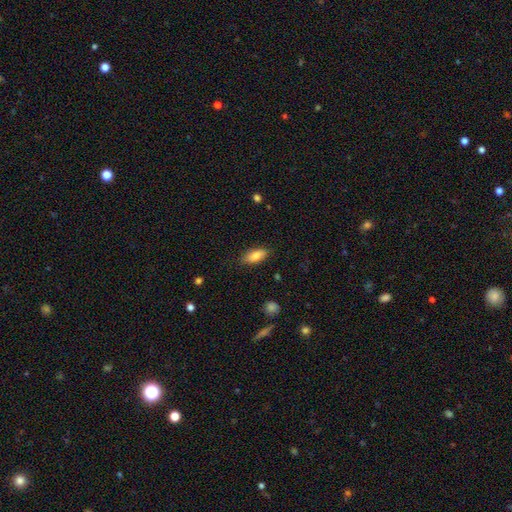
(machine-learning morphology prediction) This is clearly a smooth galaxy (82%). How rounded: clearly in between (84%). Merging: clearly none (82%).